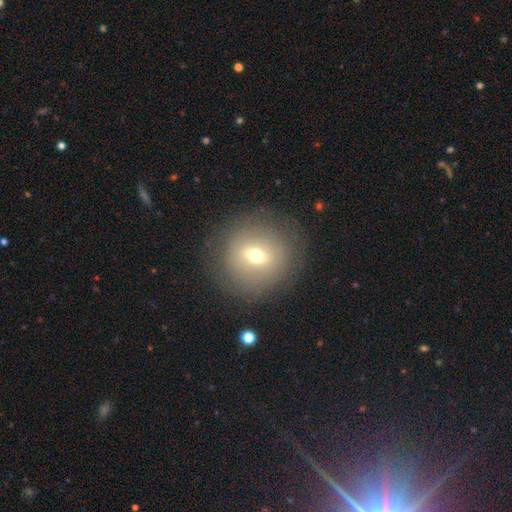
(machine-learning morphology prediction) Q: Smooth or featured?
A: smooth (50%); runner-up: featured or disk (38%)
Q: Merging?
A: none (81%); runner-up: minor disturbance (11%)